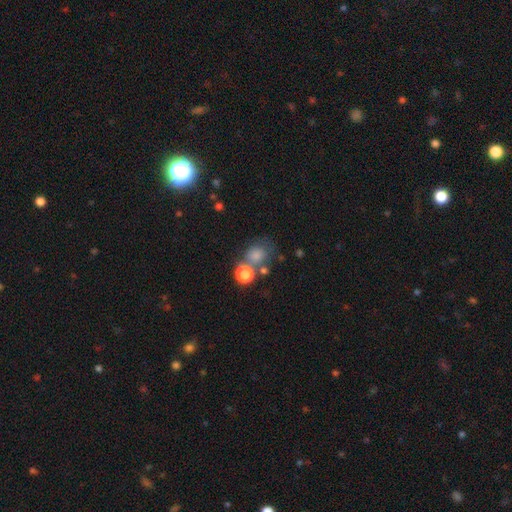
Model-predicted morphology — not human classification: type=smooth (76%); roundness=round (70%); merging=none (49%).